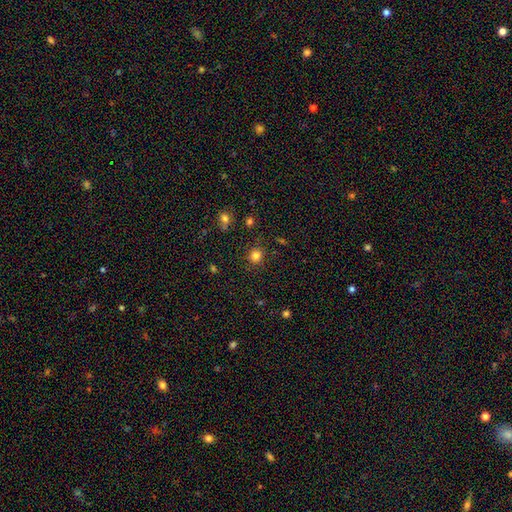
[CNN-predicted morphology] type=smooth (82%); roundness=round (89%); merging=none (86%).